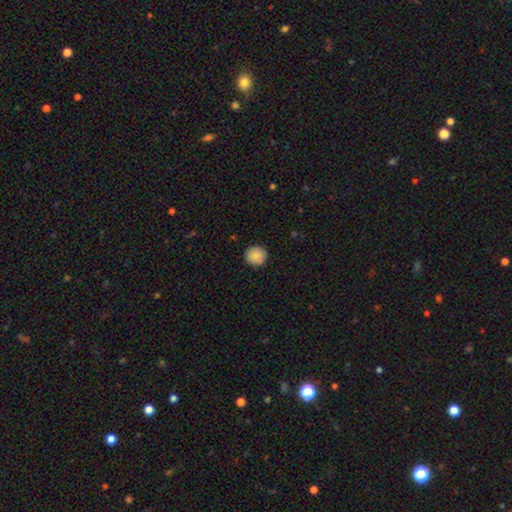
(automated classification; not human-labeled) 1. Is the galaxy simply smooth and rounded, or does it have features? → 87% smooth, 8% star or artifact, 5% featured or disk.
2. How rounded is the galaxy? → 93% round, 7% in between, 1% cigar-shaped.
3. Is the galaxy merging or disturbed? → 90% none, 7% minor disturbance, 2% major disturbance, 1% merger.